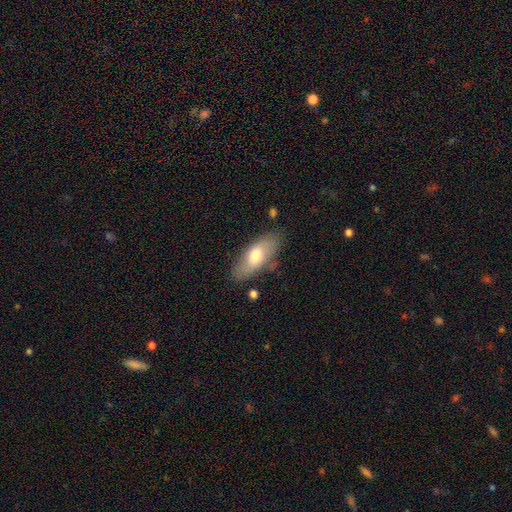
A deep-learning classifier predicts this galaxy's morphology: Smooth or featured? Predicted: smooth (p=0.65). How rounded? Predicted: in between (p=0.82). Merging? Predicted: none (p=0.78).